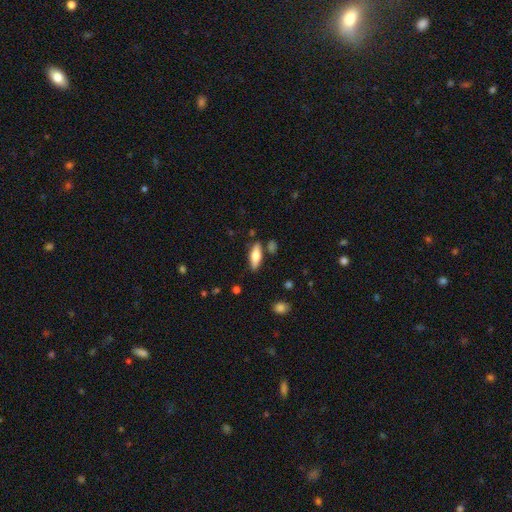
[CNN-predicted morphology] The model was most divided on "how rounded": in between: 62%, cigar-shaped: 36%, round: 2%. More confident: merging — none (81%); smooth or featured — smooth (65%).